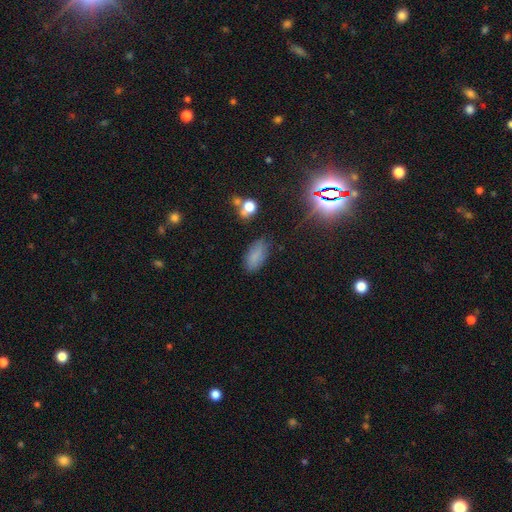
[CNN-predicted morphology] type=smooth (75%); roundness=in between (91%); merging=none (75%).